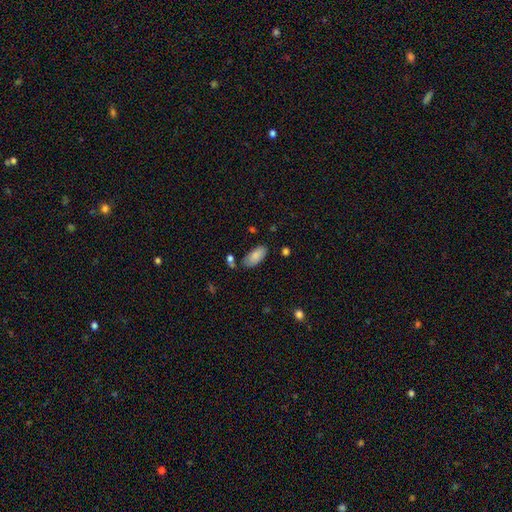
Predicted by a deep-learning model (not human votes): Smooth or featured? Predicted: smooth (p=0.84). How rounded? Predicted: in between (p=0.93). Merging? Predicted: none (p=0.72).